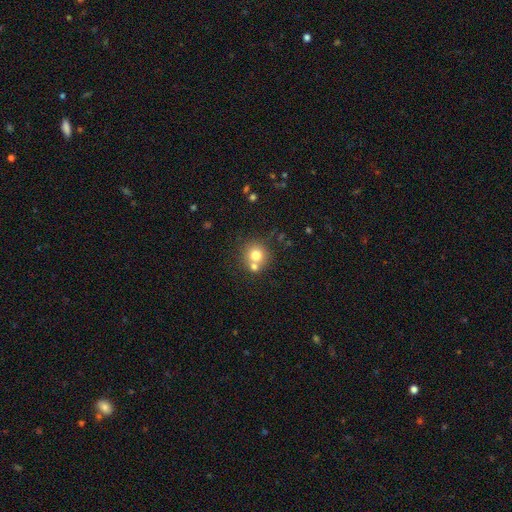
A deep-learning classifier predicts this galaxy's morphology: smooth_or_featured: smooth (p=0.76) [alt: featured or disk p=0.13]
how_rounded: round (p=0.90) [alt: in between p=0.09]
merging: none (p=0.59) [alt: merger p=0.29]